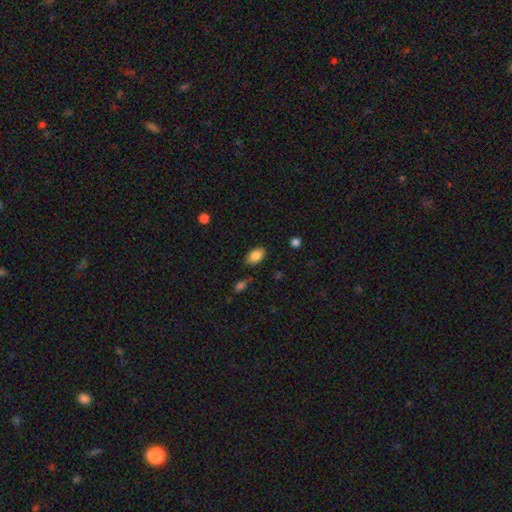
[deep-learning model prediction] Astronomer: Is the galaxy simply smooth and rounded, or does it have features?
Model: smooth — 86%.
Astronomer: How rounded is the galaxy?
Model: in between — 89%.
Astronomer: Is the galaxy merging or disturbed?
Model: none — 81%.